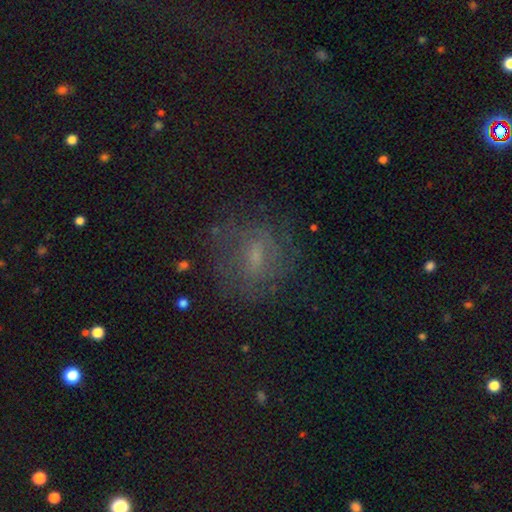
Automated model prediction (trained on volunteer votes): Smooth or featured: featured or disk — 46% (smooth — 36%)
Merging: none — 69% (minor disturbance — 17%)